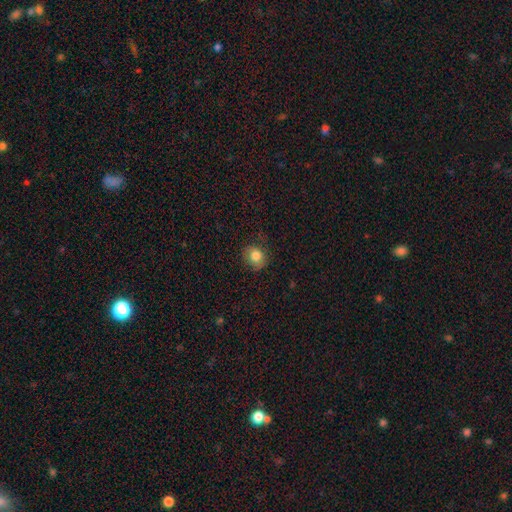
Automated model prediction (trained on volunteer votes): Smooth or featured? Predicted: smooth (p=0.81). How rounded? Predicted: round (p=0.68). Merging? Predicted: none (p=0.73).